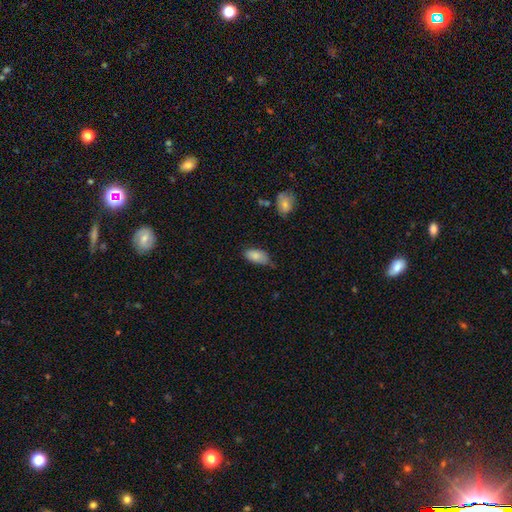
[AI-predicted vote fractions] Smooth or featured? smooth (84%)
How rounded? in between (93%)
Merging? none (47%)